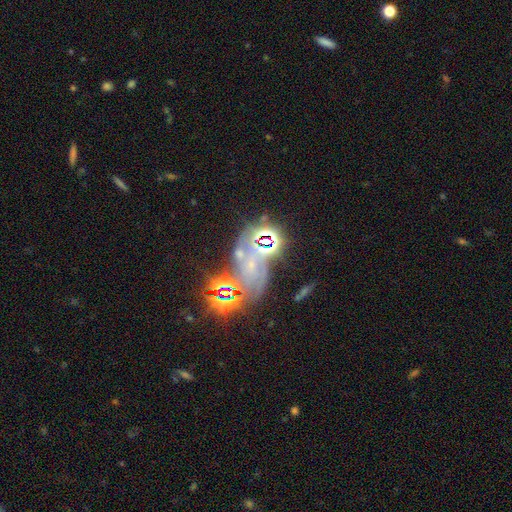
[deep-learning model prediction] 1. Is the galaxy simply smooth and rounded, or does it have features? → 50% star or artifact, 33% featured or disk, 18% smooth.